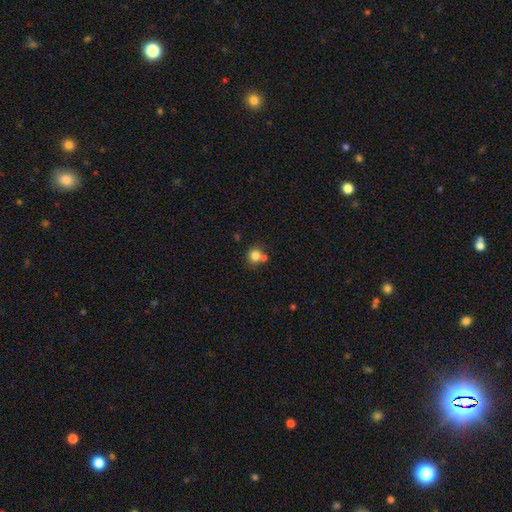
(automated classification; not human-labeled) A smooth galaxy with no disk features (81%) that is round (86%).

Vote fractions:
- Smooth or featured? smooth: 81% / star or artifact: 11% / featured or disk: 8%
- How rounded? round: 86% / in between: 13% / cigar-shaped: 1%
- Merging? none: 59% / merger: 28% / minor disturbance: 10% / major disturbance: 3%